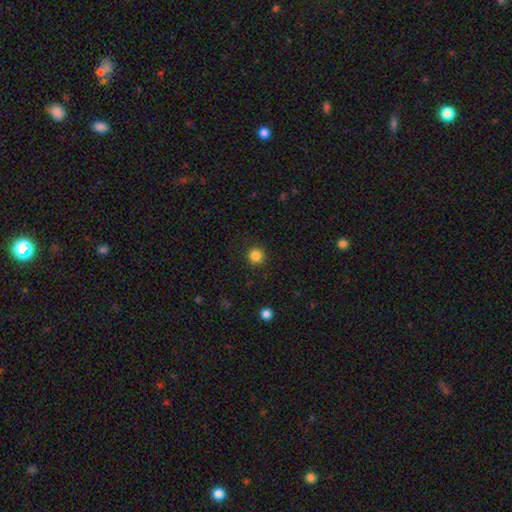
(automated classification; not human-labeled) Smooth or featured? Predicted: smooth (p=0.84). How rounded? Predicted: round (p=0.95). Merging? Predicted: none (p=0.91).